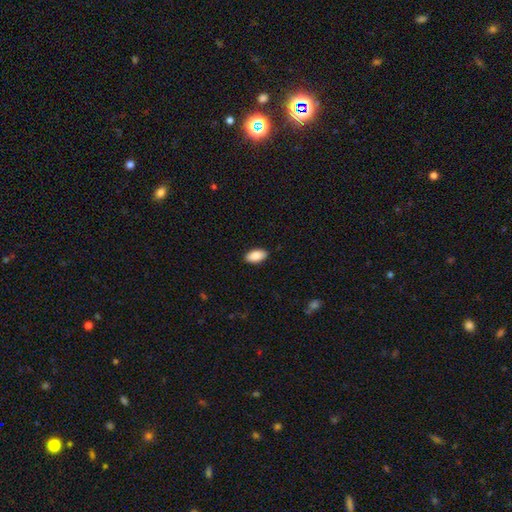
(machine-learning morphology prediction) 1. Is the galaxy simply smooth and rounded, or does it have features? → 88% smooth, 6% star or artifact, 5% featured or disk.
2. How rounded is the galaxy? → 94% in between, 3% cigar-shaped, 3% round.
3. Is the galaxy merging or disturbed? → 89% none, 8% minor disturbance, 2% major disturbance, 1% merger.